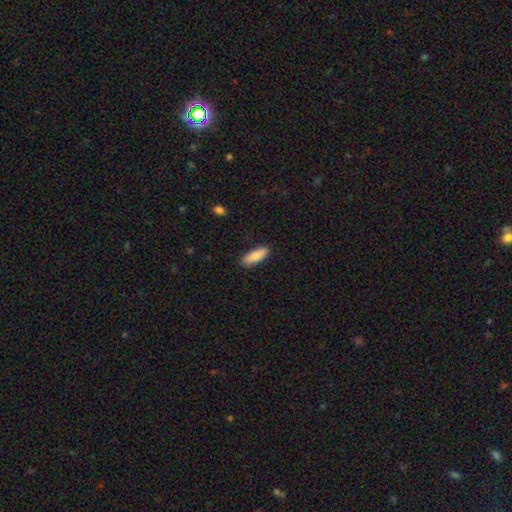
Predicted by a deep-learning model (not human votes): Smooth or featured: smooth — 88% (featured or disk — 6%)
How rounded: in between — 63% (cigar-shaped — 36%)
Merging: none — 89% (minor disturbance — 8%)